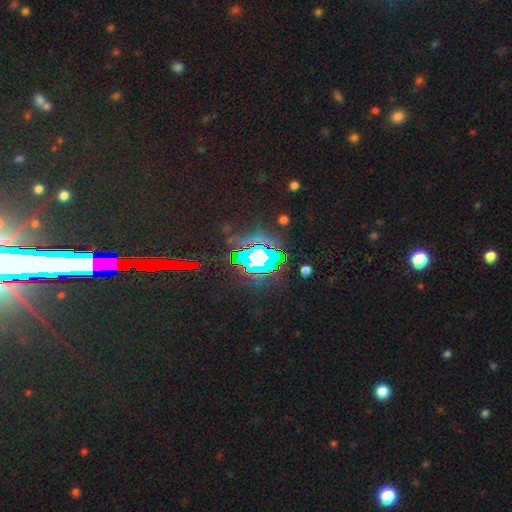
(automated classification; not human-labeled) Smooth or featured?
  - star or artifact: 84% *
  - smooth: 8%
  - featured or disk: 8%